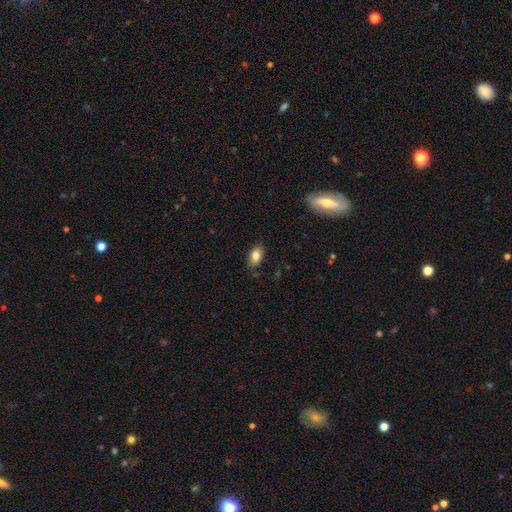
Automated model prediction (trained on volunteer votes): This appears to be a smooth galaxy with no disk features (83%) that is in between round and cigar-shaped (90%). Merging: none (84%).